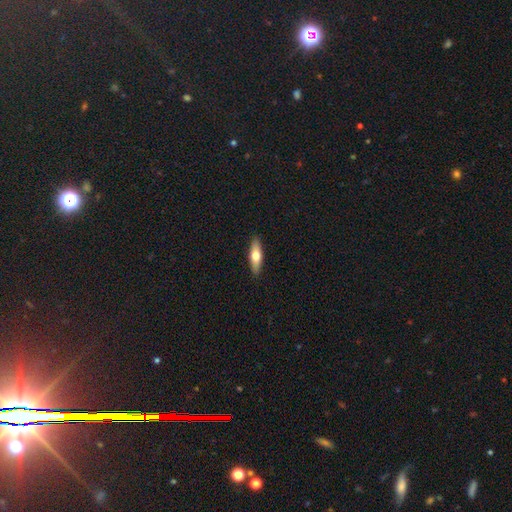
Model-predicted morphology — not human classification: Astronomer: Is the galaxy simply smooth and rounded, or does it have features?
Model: smooth — 60%.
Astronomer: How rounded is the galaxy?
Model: cigar-shaped — 52% (runner-up: in between, 45%).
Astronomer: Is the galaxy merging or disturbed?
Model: none — 90%.